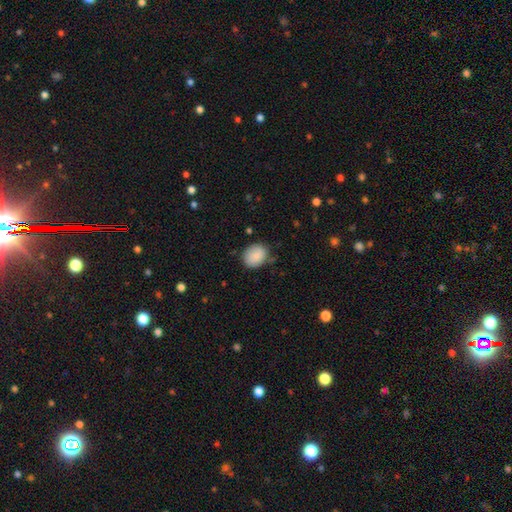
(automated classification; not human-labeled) Smooth or featured? Predicted: smooth (p=0.86). How rounded? Predicted: round (p=0.52). Merging? Predicted: none (p=0.72).